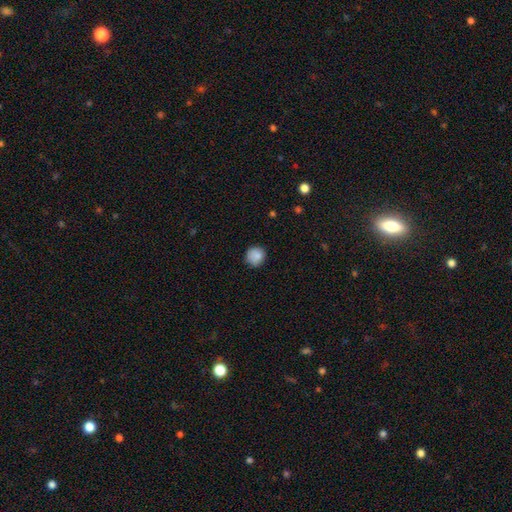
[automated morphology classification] Smooth or featured: smooth — 86% (star or artifact — 9%)
How rounded: round — 89% (in between — 10%)
Merging: none — 81% (minor disturbance — 15%)